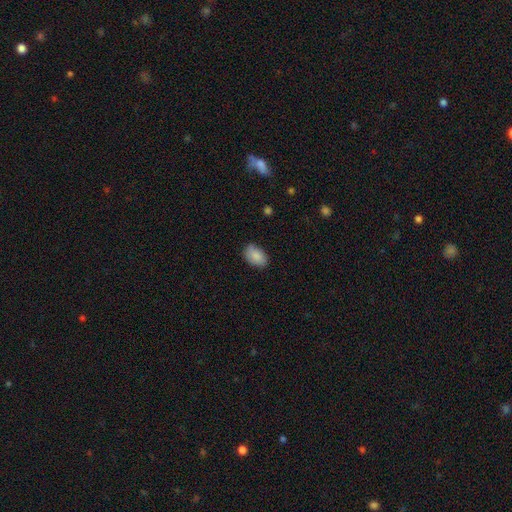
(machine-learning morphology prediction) A smooth galaxy with no disk features (88%) that is in between round and cigar-shaped (90%). Merging: none (80%).